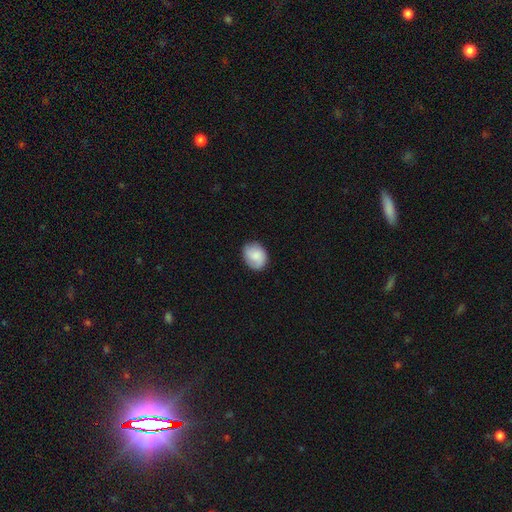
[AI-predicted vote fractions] The model was most divided on "how rounded": round: 51%, in between: 48%, cigar-shaped: 1%. More confident: merging — none (80%); smooth or featured — smooth (78%).